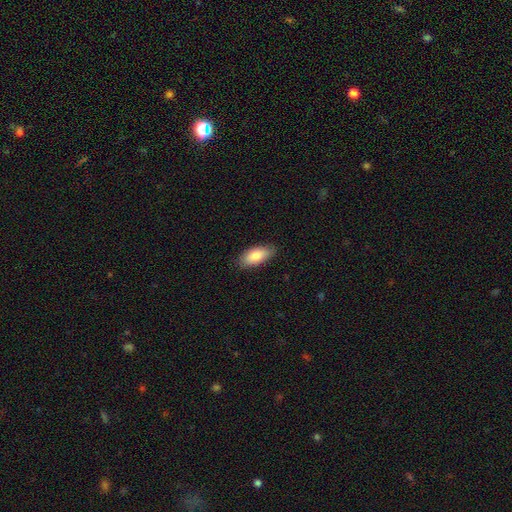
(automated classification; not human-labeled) Smooth or featured: smooth — 82% (featured or disk — 12%)
How rounded: in between — 89% (cigar-shaped — 8%)
Merging: none — 85% (minor disturbance — 12%)